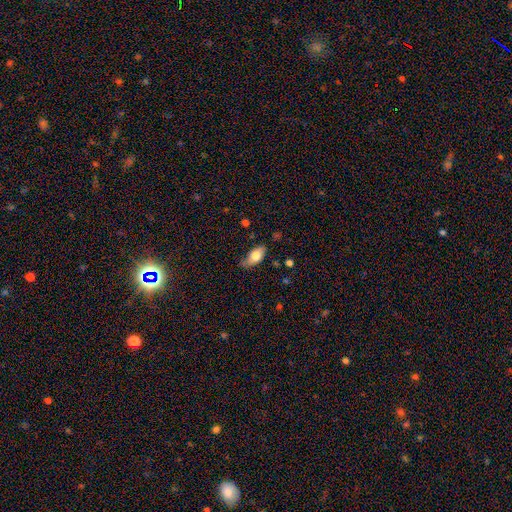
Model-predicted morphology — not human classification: The model was most divided on "merging": none: 63%, minor disturbance: 28%, major disturbance: 6%, merger: 2%. More confident: how rounded — in between (87%); smooth or featured — smooth (71%).